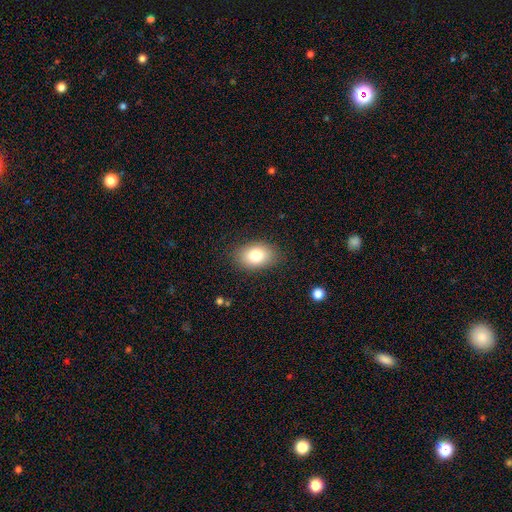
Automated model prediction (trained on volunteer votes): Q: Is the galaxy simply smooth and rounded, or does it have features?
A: smooth — 81%.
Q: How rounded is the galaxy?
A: in between — 85%.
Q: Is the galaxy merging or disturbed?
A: none — 86%.